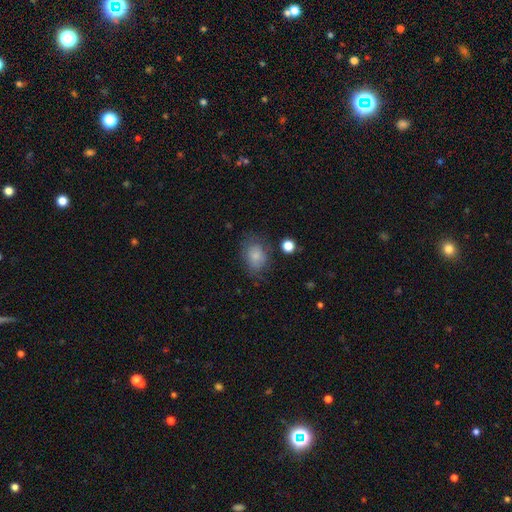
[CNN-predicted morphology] smooth 78%, featured or disk 13%, star or artifact 9%. Down the decision tree: how rounded — in between (71%); merging — none (62%).